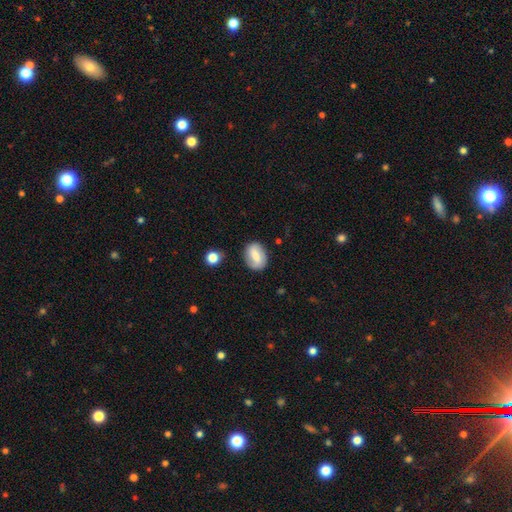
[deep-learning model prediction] smooth 55%, featured or disk 38%, star or artifact 8%. Down the decision tree: how rounded — in between (71%); merging — none (79%).